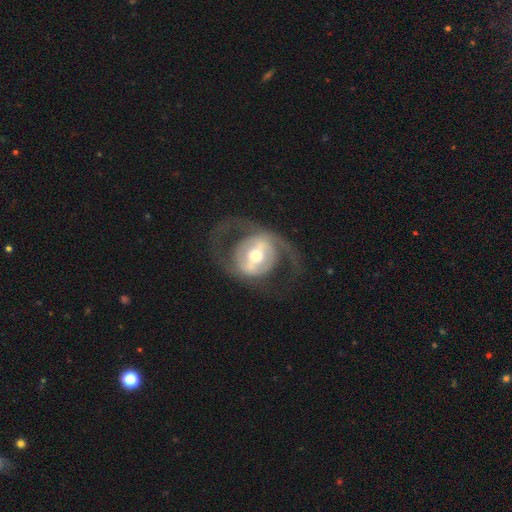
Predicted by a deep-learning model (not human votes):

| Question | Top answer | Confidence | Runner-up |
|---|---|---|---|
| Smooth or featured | featured or disk | 77% | smooth (18%) |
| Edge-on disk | no | 94% | yes (6%) |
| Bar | strong | 44% | weak (31%) |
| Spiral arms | yes | 59% | no (41%) |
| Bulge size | moderate | 66% | small (21%) |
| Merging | none | 66% | major disturbance (21%) |